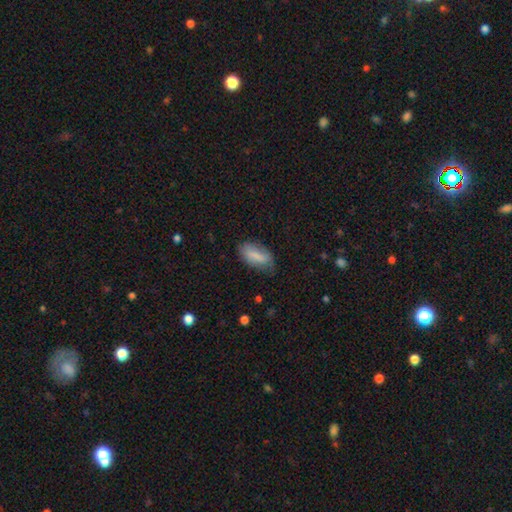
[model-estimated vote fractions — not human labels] Smooth or featured? Predicted: smooth (p=0.78). How rounded? Predicted: in between (p=0.85). Merging? Predicted: none (p=0.65).